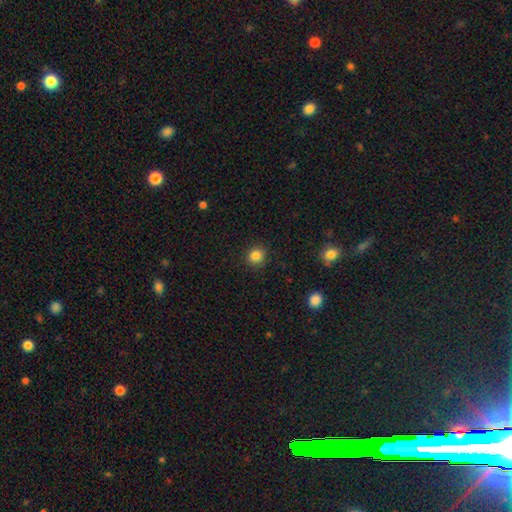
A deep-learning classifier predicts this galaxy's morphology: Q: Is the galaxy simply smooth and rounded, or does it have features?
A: smooth — 85%.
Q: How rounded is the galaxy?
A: round — 88%.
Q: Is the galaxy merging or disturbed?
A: none — 91%.